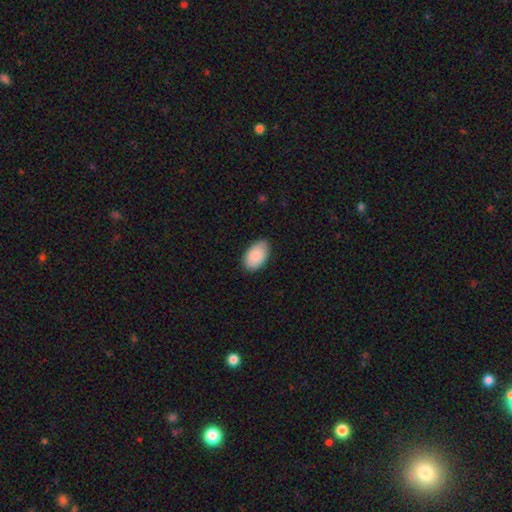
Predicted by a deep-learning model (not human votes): Smooth or featured: smooth — 89% (star or artifact — 6%)
How rounded: in between — 94% (round — 5%)
Merging: none — 85% (minor disturbance — 13%)